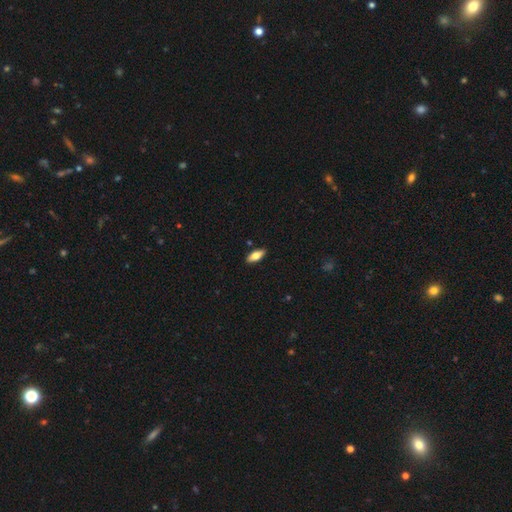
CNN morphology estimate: A smooth galaxy with no disk features (69%) that is in between round and cigar-shaped (78%). Merging: none (89%).